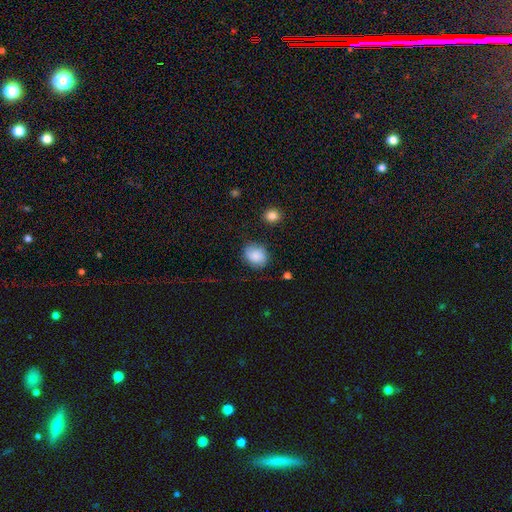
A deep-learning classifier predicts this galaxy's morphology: smooth-or-featured: smooth: 79% | featured or disk: 12% | star or artifact: 8%
  how-rounded: round: 55% | in between: 44% | cigar-shaped: 1%
  merging: none: 75% | minor disturbance: 19% | major disturbance: 5% | merger: 2%